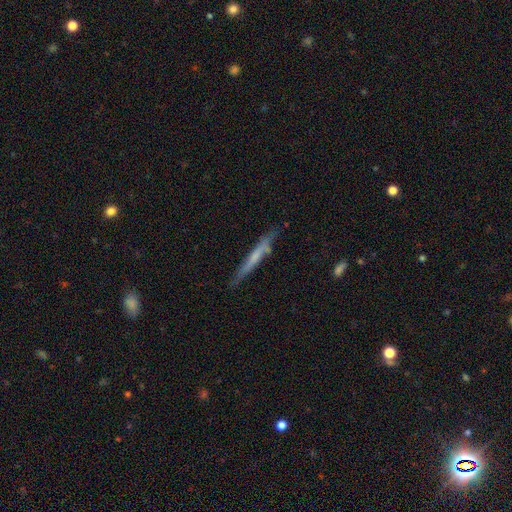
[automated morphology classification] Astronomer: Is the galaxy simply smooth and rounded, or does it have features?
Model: featured or disk — 49% (runner-up: smooth, 44%).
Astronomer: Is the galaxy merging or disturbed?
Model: none — 76%.